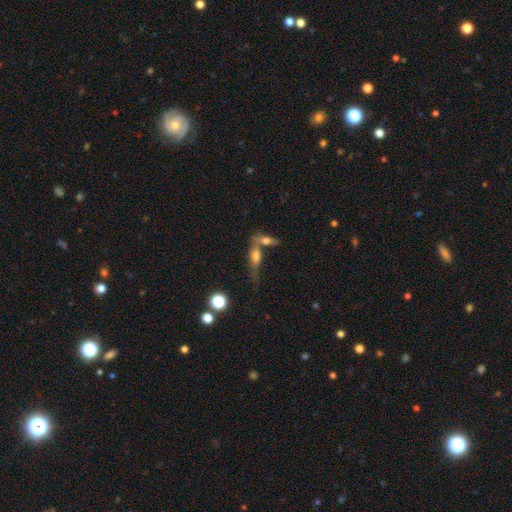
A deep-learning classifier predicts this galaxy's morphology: Overall: smooth (53%; featured or disk 36%). How rounded: in between (56%; cigar-shaped 38%). Merging: merger (47%; none 35%).